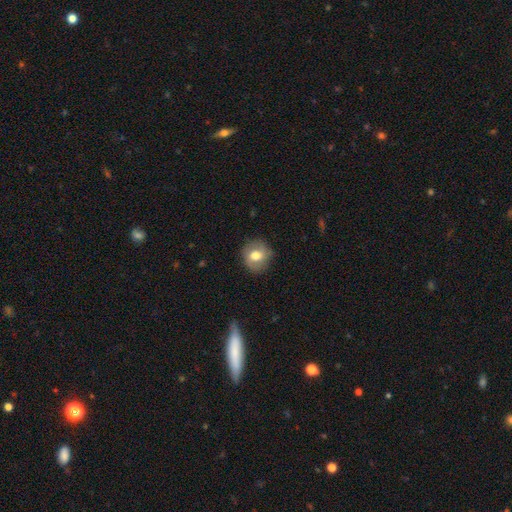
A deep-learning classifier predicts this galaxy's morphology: This is likely a smooth galaxy (66%). How rounded: clearly round (81%). Merging: clearly none (80%).